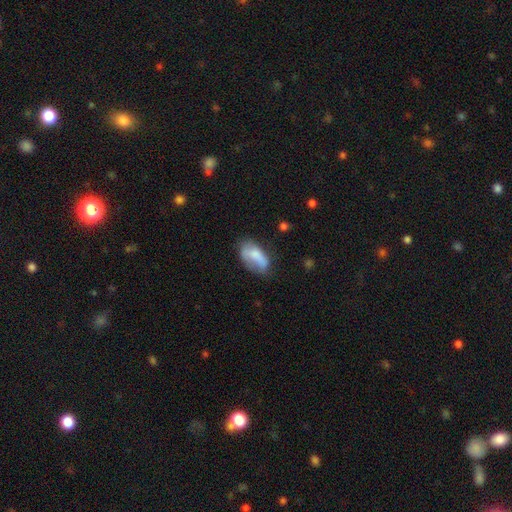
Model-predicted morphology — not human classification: A smooth galaxy with no disk features (70%) that is in between round and cigar-shaped (90%).

Vote fractions:
- Smooth or featured? smooth: 70% / featured or disk: 22% / star or artifact: 8%
- How rounded? in between: 90% / cigar-shaped: 5% / round: 4%
- Merging? none: 43% / minor disturbance: 32% / major disturbance: 20% / merger: 5%